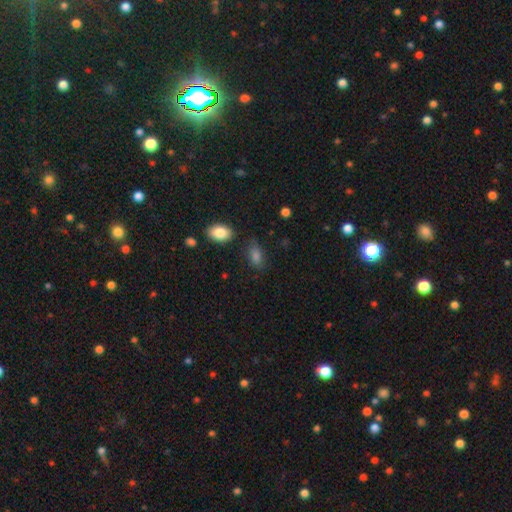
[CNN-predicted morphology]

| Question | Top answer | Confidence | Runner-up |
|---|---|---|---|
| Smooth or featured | smooth | 80% | star or artifact (11%) |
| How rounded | in between | 88% | round (6%) |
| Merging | none | 73% | minor disturbance (19%) |